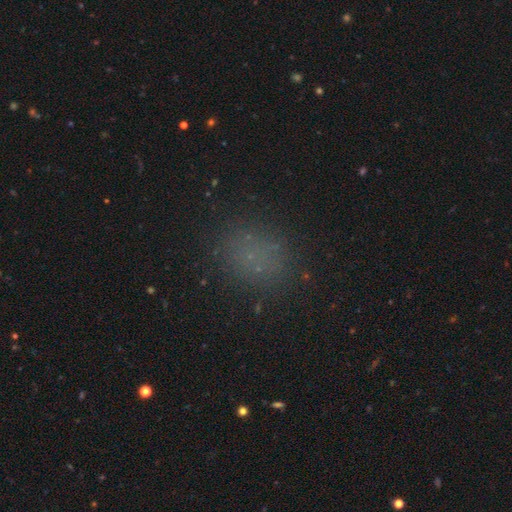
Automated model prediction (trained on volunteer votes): smooth-or-featured: smooth: 70% | star or artifact: 24% | featured or disk: 6%
  how-rounded: round: 58% | in between: 40% | cigar-shaped: 2%
  merging: none: 85% | minor disturbance: 10% | major disturbance: 4% | merger: 1%